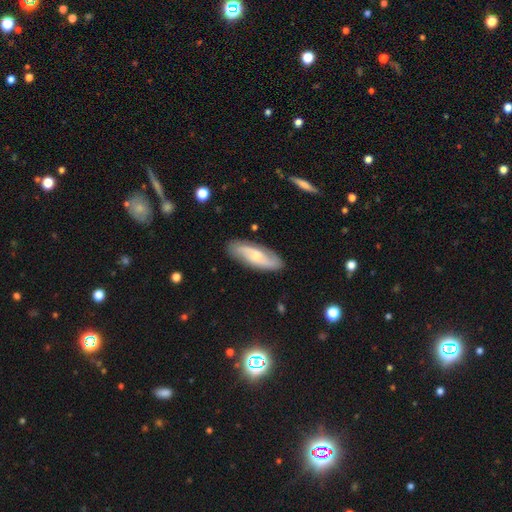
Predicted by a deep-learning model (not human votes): A featured or disk galaxy (63%) with no bar (64%), spiral arms (82%) and a moderate central bulge (52%).

Vote fractions:
- Smooth or featured? featured or disk: 63% / smooth: 32% / star or artifact: 6%
- Edge-on disk? no: 83% / yes: 17%
- Bar? no: 64% / weak: 28% / strong: 7%
- Spiral arms? yes: 82% / no: 18%
- Bulge size? moderate: 52% / small: 43% / large: 3% / none: 1% / dominant: 1%
- Merging? none: 85% / minor disturbance: 11% / major disturbance: 2% / merger: 1%